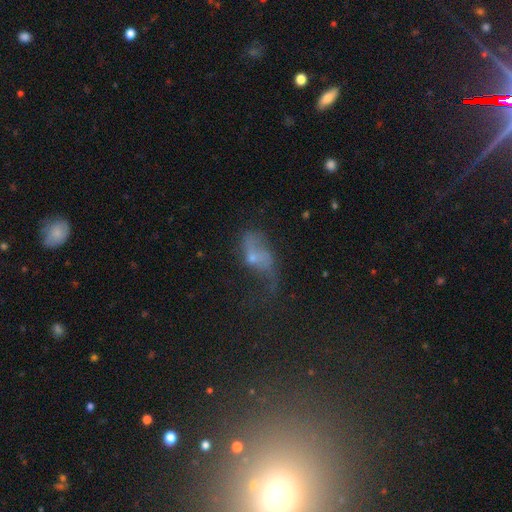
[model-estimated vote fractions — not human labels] smooth_or_featured: featured or disk (p=0.52) [alt: smooth p=0.33]
disk_edge_on: no (p=0.93) [alt: yes p=0.07]
merging: major disturbance (p=0.43) [alt: none p=0.27]